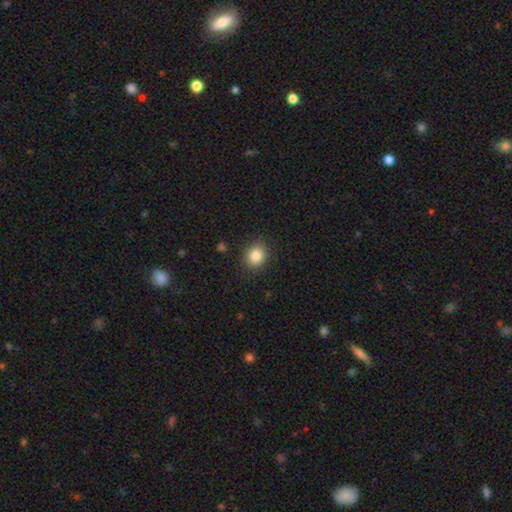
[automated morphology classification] Smooth or featured? smooth (85%)
How rounded? round (72%)
Merging? none (88%)